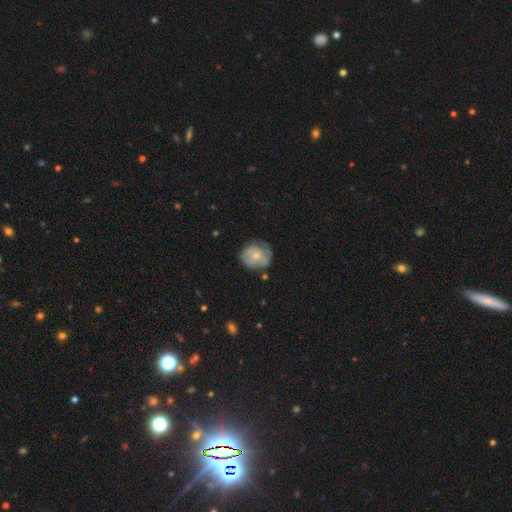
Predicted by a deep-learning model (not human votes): Morphology: type=featured or disk (52%); edge-on=no (97%); bar=no (82%); spiral arms=yes (56%); bulge=small (58%); merging=none (58%).